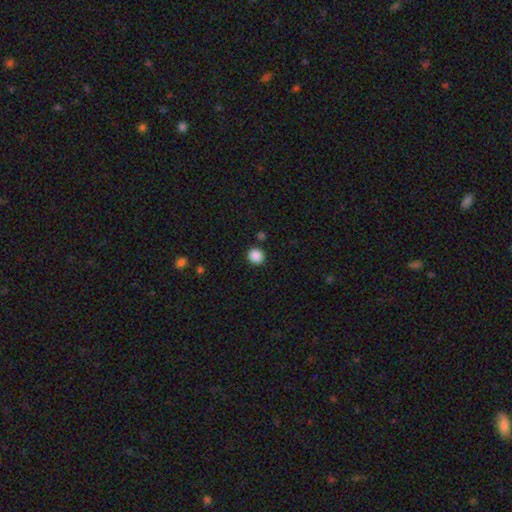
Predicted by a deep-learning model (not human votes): Smooth or featured? smooth (88%)
How rounded? round (89%)
Merging? none (89%)